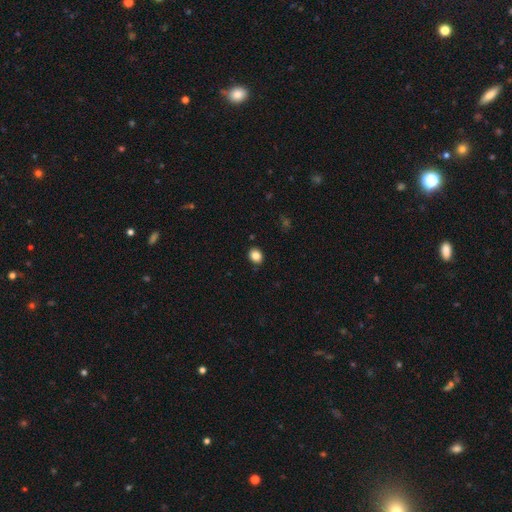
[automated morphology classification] A smooth galaxy with no disk features (85%) that is round (57%).

Vote fractions:
- Smooth or featured? smooth: 85% / star or artifact: 10% / featured or disk: 5%
- How rounded? round: 57% / in between: 42% / cigar-shaped: 1%
- Merging? none: 89% / minor disturbance: 8% / major disturbance: 2% / merger: 1%